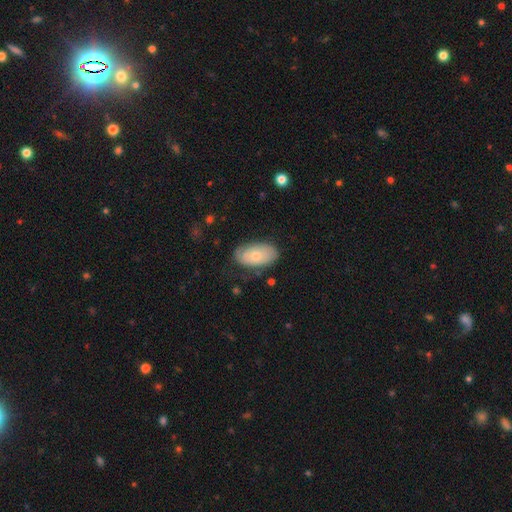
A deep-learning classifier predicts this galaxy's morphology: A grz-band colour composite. It shows a smooth galaxy with no disk features (58%) that is in between round and cigar-shaped (93%). Merging: none (74%).